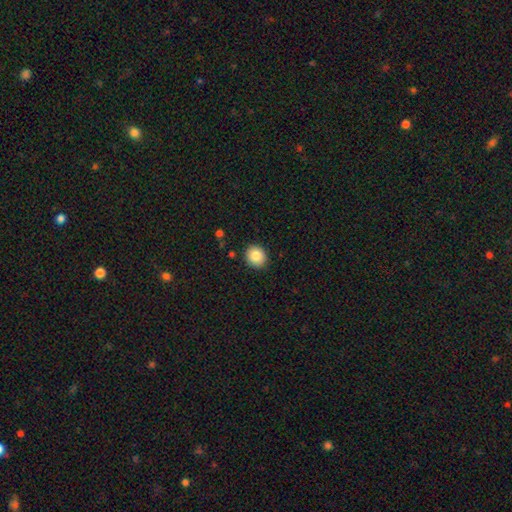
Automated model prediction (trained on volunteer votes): This appears to be a smooth galaxy with no disk features (85%) that is round (78%). Merging: none (91%).